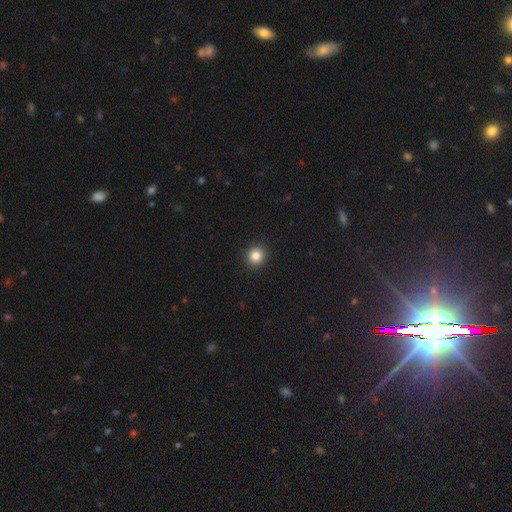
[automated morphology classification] Smooth or featured? Predicted: smooth (p=0.85). How rounded? Predicted: round (p=0.90). Merging? Predicted: none (p=0.92).